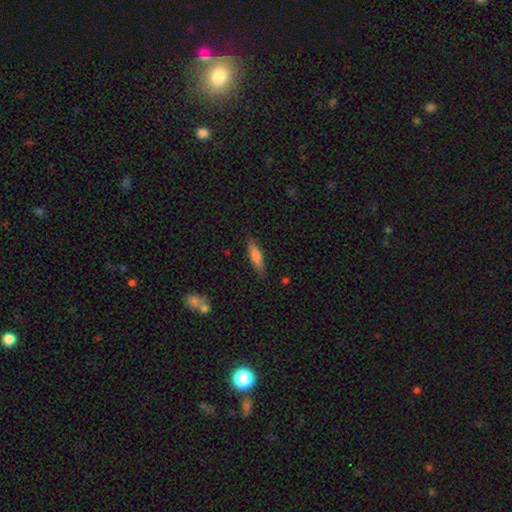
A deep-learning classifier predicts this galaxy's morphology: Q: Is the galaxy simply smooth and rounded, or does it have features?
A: smooth — 75%.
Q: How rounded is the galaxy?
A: cigar-shaped — 66%.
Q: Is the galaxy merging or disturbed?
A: none — 84%.